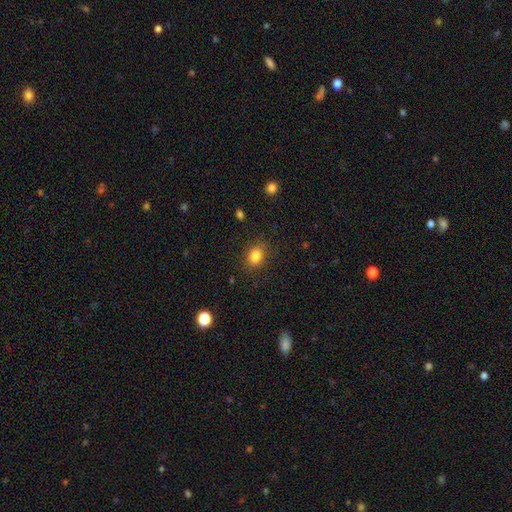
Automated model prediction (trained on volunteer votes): Smooth or featured: smooth — 83% (star or artifact — 10%)
How rounded: in between — 58% (round — 41%)
Merging: none — 80% (minor disturbance — 15%)